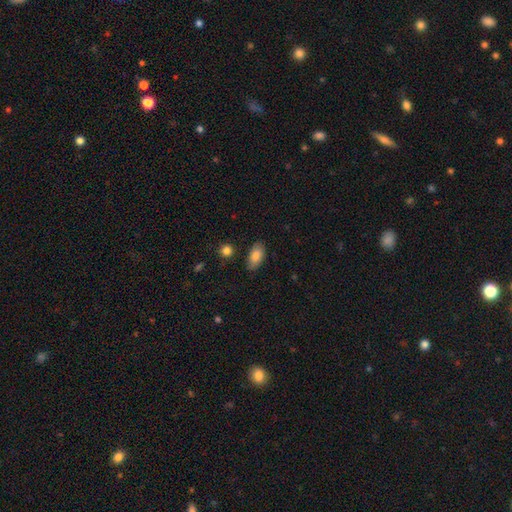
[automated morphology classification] Smooth or featured: smooth — 84% (featured or disk — 10%)
How rounded: in between — 91% (cigar-shaped — 5%)
Merging: none — 84% (minor disturbance — 12%)